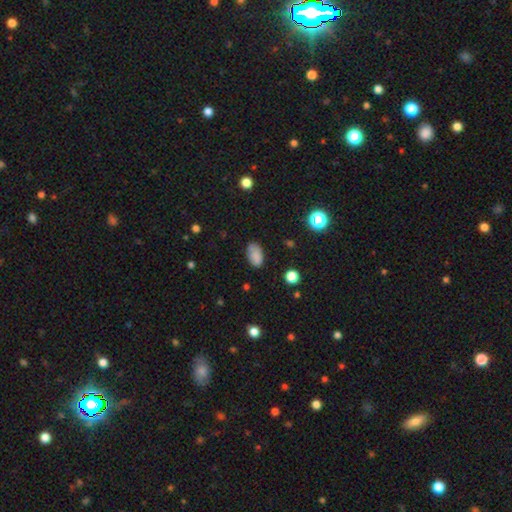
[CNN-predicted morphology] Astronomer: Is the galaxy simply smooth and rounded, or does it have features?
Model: smooth — 83%.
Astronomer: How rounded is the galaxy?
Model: in between — 92%.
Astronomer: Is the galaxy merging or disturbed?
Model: none — 74%.